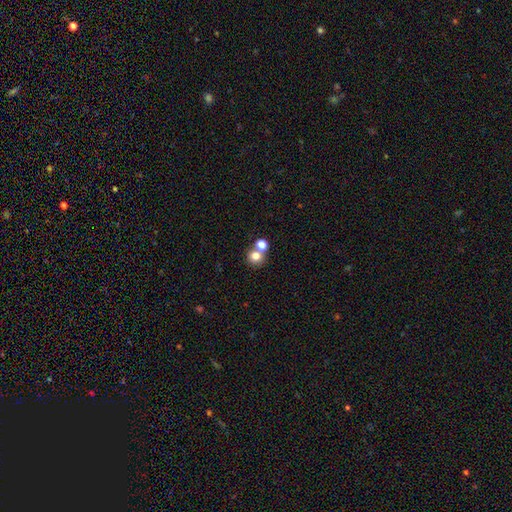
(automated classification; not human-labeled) The model was most divided on "merging": none: 57%, merger: 34%, minor disturbance: 6%, major disturbance: 3%. More confident: how rounded — round (87%); smooth or featured — smooth (77%).